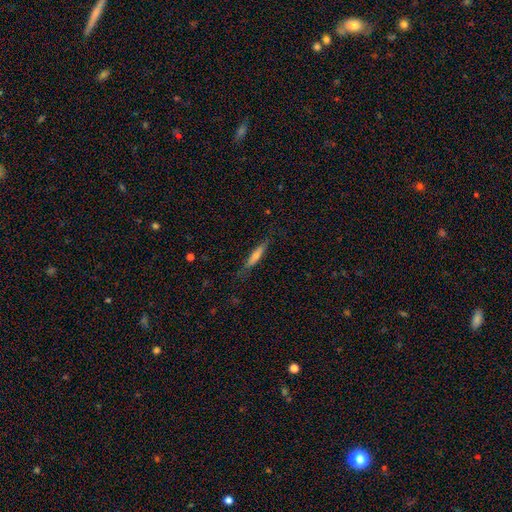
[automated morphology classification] Smooth or featured? Predicted: smooth (p=0.52). How rounded? Predicted: cigar-shaped (p=0.89). Merging? Predicted: none (p=0.80).